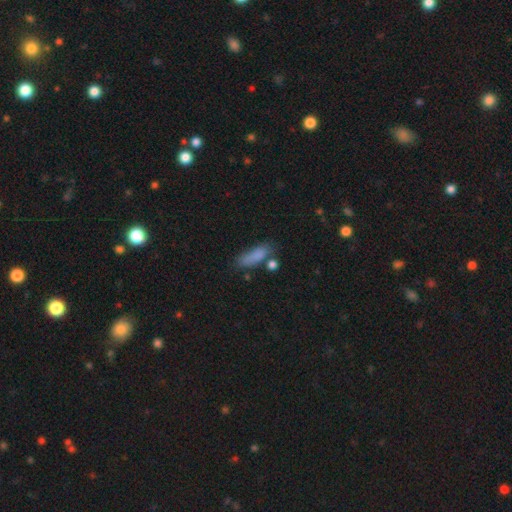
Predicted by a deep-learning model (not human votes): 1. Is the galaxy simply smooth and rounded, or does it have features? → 81% smooth, 10% star or artifact, 9% featured or disk.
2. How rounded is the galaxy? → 55% in between, 42% cigar-shaped, 3% round.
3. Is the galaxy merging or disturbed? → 57% none, 24% minor disturbance, 10% merger, 9% major disturbance.